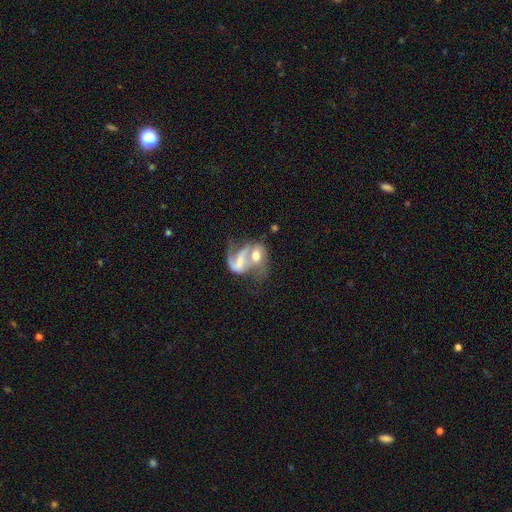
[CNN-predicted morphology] Overall: featured or disk (71%). Edge-on disk: no (96%). Bar: no (36%; weak 34%). Spiral arms: yes (76%). Spiral arm count: 2 (66%). Spiral winding: loose (57%; medium 30%). Bulge size: moderate (42%; small 34%). Merging: merger (62%).